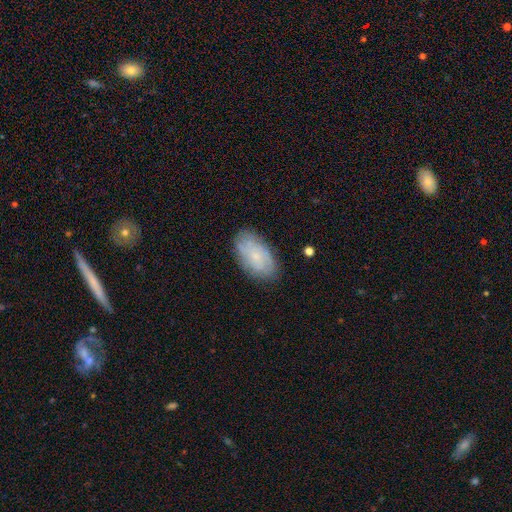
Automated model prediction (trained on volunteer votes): A smooth galaxy with no disk features (46%, tied with featured or disk).

Vote fractions:
- Smooth or featured? smooth: 46% (tied) / featured or disk: 46% (tied) / star or artifact: 8%
- Merging? none: 78% / minor disturbance: 16% / major disturbance: 4% / merger: 1%